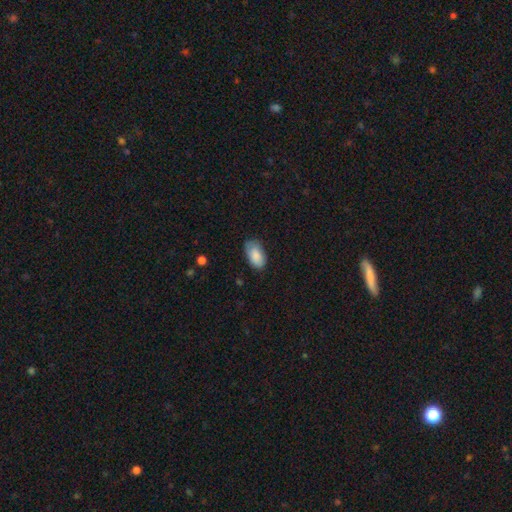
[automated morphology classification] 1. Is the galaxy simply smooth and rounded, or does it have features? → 86% smooth, 7% featured or disk, 7% star or artifact.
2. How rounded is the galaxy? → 94% in between, 4% round, 2% cigar-shaped.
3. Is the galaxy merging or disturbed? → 67% none, 26% minor disturbance, 5% major disturbance, 1% merger.